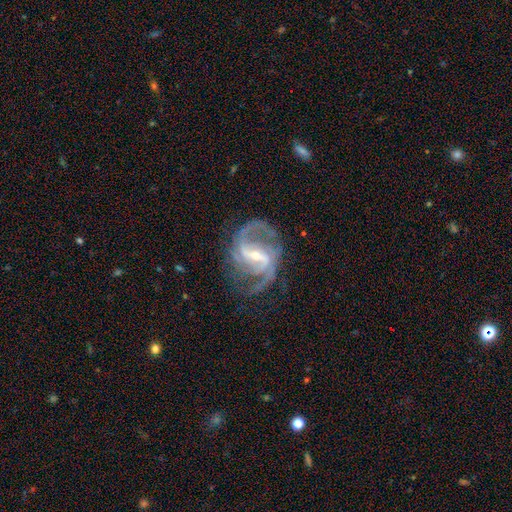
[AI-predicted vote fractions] This appears to be a featured or disk galaxy (92%) with a strong bar (52%), 2 (69%) medium (55%) spiral arms (98%) and a small central bulge (65%). Merging: none (69%).